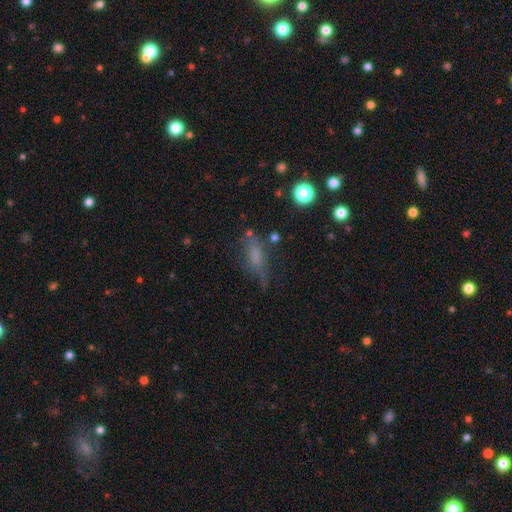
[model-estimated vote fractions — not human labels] Smooth or featured? Predicted: smooth (p=0.56). How rounded? Predicted: in between (p=0.58). Merging? Predicted: none (p=0.55).